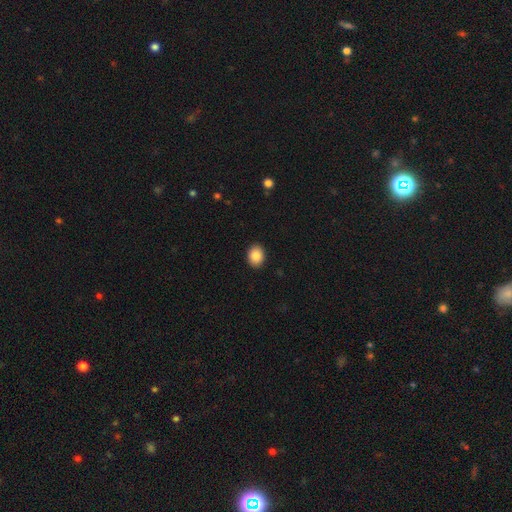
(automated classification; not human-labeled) This appears to be a smooth galaxy with no disk features (86%) that is in between round and cigar-shaped (56%). Merging: none (91%).